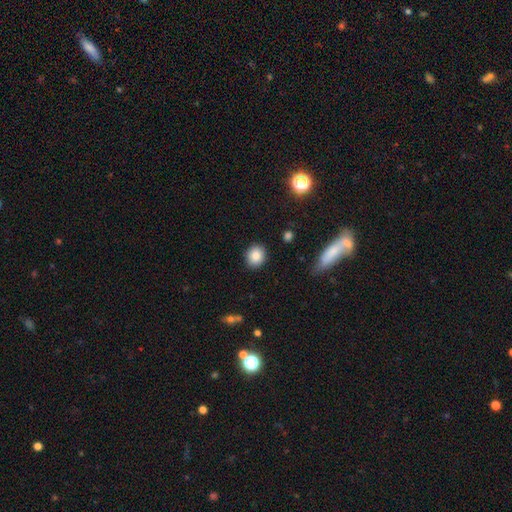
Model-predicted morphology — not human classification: A smooth galaxy with no disk features (86%) that is round (69%).

Vote fractions:
- Smooth or featured? smooth: 86% / star or artifact: 9% / featured or disk: 6%
- How rounded? round: 69% / in between: 29% / cigar-shaped: 1%
- Merging? none: 89% / minor disturbance: 8% / major disturbance: 2% / merger: 1%